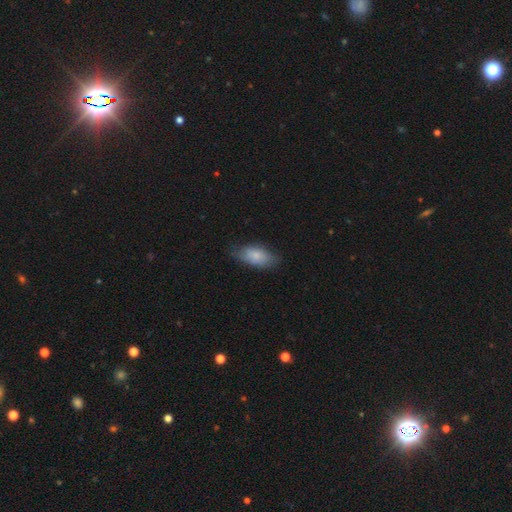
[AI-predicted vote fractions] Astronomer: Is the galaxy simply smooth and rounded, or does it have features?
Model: smooth — 81%.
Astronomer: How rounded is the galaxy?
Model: in between — 90%.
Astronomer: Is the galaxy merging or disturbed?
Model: none — 72%.